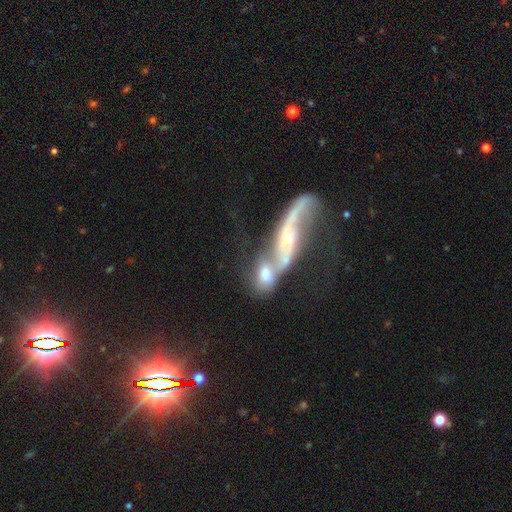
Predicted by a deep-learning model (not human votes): This is likely a featured or disk galaxy (79%). It is clearly not viewed edge-on (81%). Bar: possibly no (50%). Spiral arm pattern: clearly yes (86%). Spiral arm count: clearly 2 (82%). Spiral winding: likely loose (74%). Central bulge: likely small (62%). Merging: likely merger (60%).